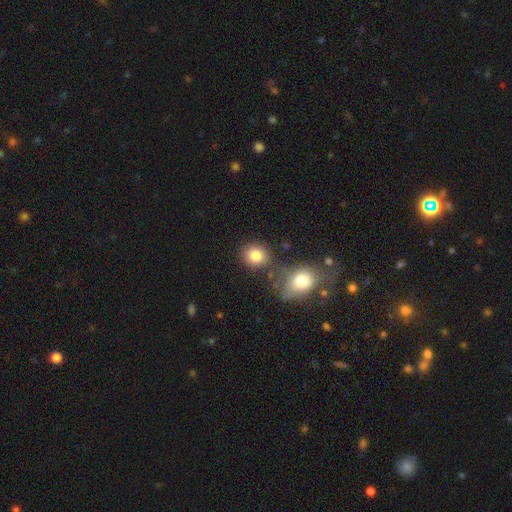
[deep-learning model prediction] Smooth or featured: smooth — 82% (star or artifact — 10%)
How rounded: round — 71% (in between — 28%)
Merging: none — 68% (merger — 17%)